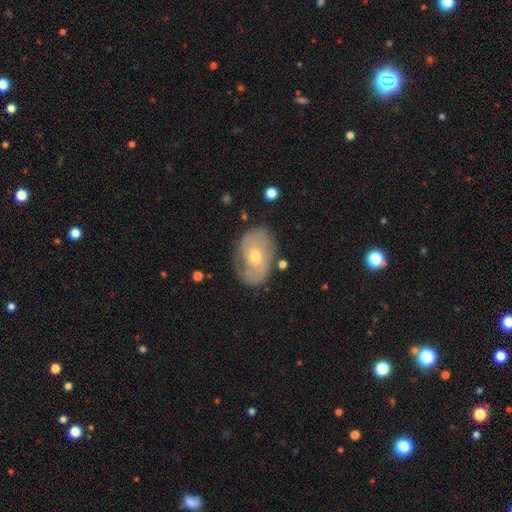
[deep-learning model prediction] A featured or disk galaxy (61%) with no bar (67%), spiral arms (71%) and a moderate central bulge (58%).

Vote fractions:
- Smooth or featured? featured or disk: 61% / smooth: 31% / star or artifact: 8%
- Edge-on disk? no: 94% / yes: 6%
- Bar? no: 67% / weak: 27% / strong: 6%
- Spiral arms? yes: 71% / no: 29%
- Bulge size? moderate: 58% / small: 38% / large: 2% / none: 1% / dominant: 1%
- Merging? none: 69% / minor disturbance: 22% / major disturbance: 7% / merger: 2%